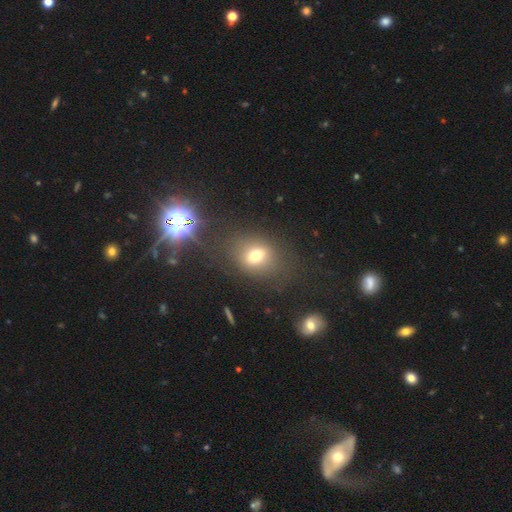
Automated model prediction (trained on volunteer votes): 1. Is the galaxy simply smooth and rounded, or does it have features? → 66% smooth, 19% star or artifact, 16% featured or disk.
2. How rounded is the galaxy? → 53% in between, 44% round, 2% cigar-shaped.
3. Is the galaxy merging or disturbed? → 76% none, 13% minor disturbance, 7% major disturbance, 4% merger.